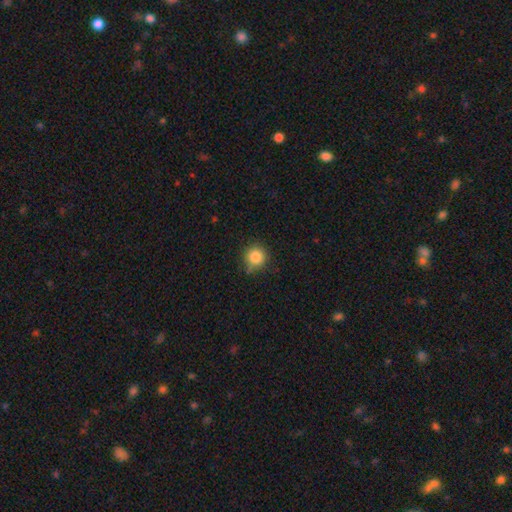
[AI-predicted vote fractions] Q: Smooth or featured?
A: smooth (84%); runner-up: star or artifact (11%)
Q: How rounded?
A: round (92%); runner-up: in between (7%)
Q: Merging?
A: none (75%); runner-up: minor disturbance (20%)